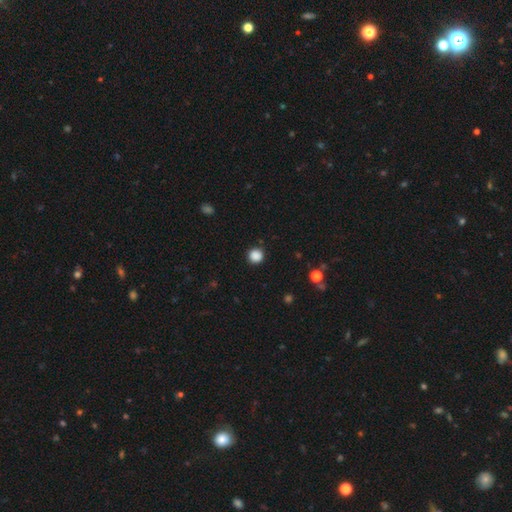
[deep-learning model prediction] Smooth or featured?
  - smooth: 87% *
  - star or artifact: 11%
  - featured or disk: 3%
How rounded?
  - round: 94% *
  - in between: 5%
  - cigar-shaped: 1%
Merging?
  - none: 91% *
  - minor disturbance: 6%
  - major disturbance: 2%
  - merger: 1%